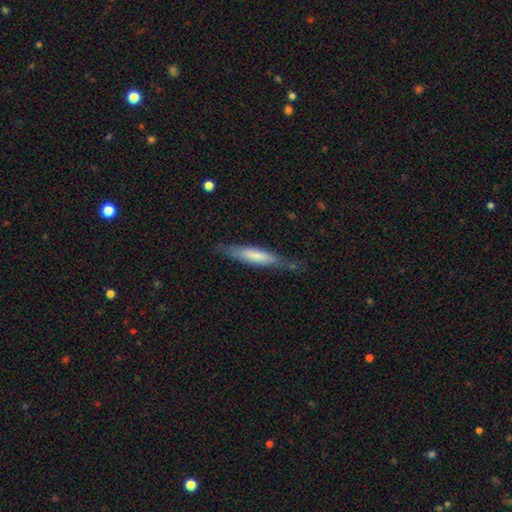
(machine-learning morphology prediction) The model was most divided on "smooth or featured": smooth: 63%, featured or disk: 32%, star or artifact: 6%. More confident: how rounded — cigar-shaped (84%); merging — none (71%).